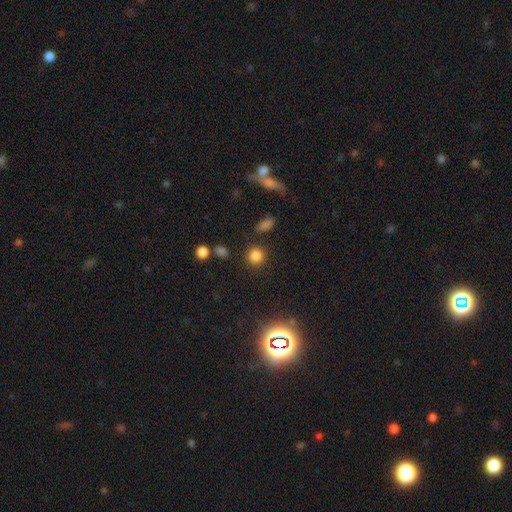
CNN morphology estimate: smooth_or_featured: smooth (p=0.81) [alt: star or artifact p=0.14]
how_rounded: round (p=0.89) [alt: in between p=0.10]
merging: none (p=0.85) [alt: minor disturbance p=0.08]